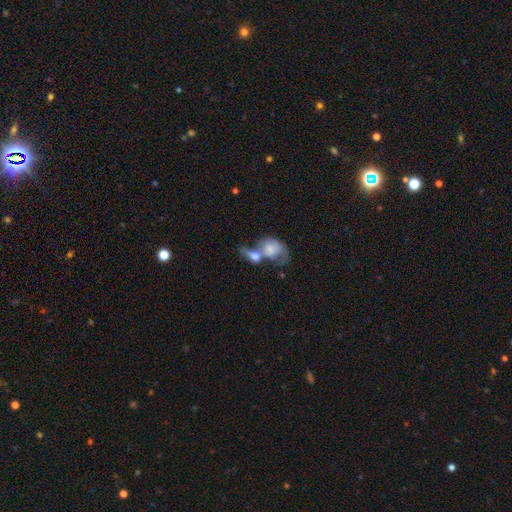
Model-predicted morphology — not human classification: This is possibly a smooth galaxy (55%). How rounded: likely in between (65%). Merging: likely merger (67%).